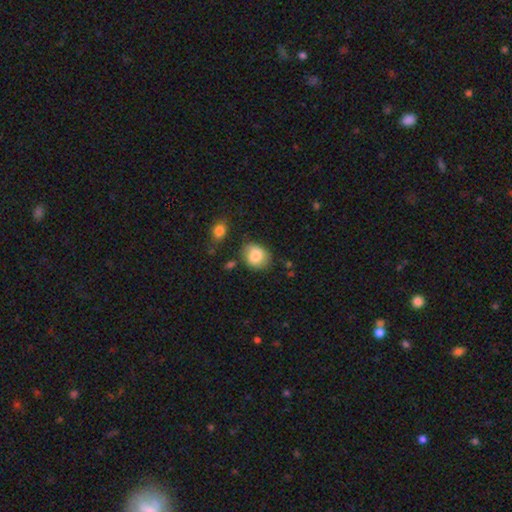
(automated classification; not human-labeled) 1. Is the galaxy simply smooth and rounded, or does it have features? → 81% smooth, 11% featured or disk, 8% star or artifact.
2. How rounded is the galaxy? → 58% round, 41% in between, 1% cigar-shaped.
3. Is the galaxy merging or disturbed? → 74% none, 18% minor disturbance, 4% major disturbance, 4% merger.